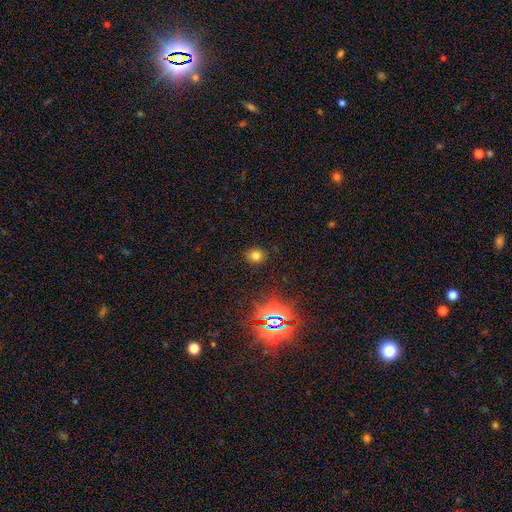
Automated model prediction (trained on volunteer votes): smooth_or_featured: smooth (p=0.72) [alt: star or artifact p=0.21]
how_rounded: round (p=0.71) [alt: in between p=0.28]
merging: none (p=0.88) [alt: minor disturbance p=0.08]